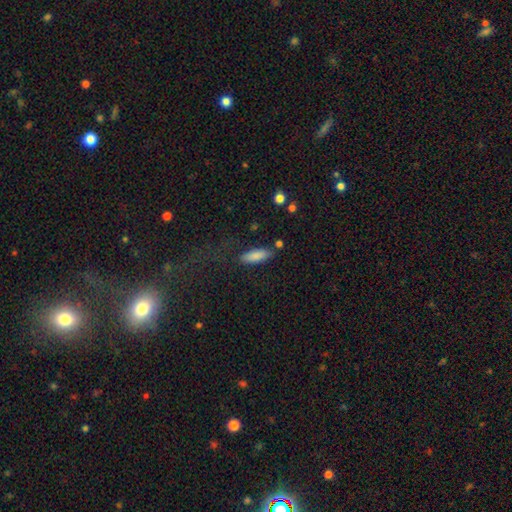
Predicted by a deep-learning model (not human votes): The model was most divided on "how rounded": in between: 59%, cigar-shaped: 39%, round: 2%. More confident: smooth or featured — smooth (84%); merging — none (77%).